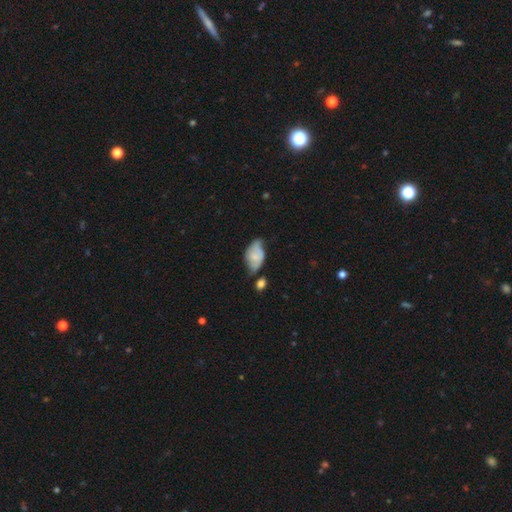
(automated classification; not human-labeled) smooth-or-featured: smooth: 56% | featured or disk: 37% | star or artifact: 8%
  how-rounded: in between: 91% | round: 7% | cigar-shaped: 2%
  merging: minor disturbance: 40% | none: 37% | major disturbance: 14% | merger: 10%